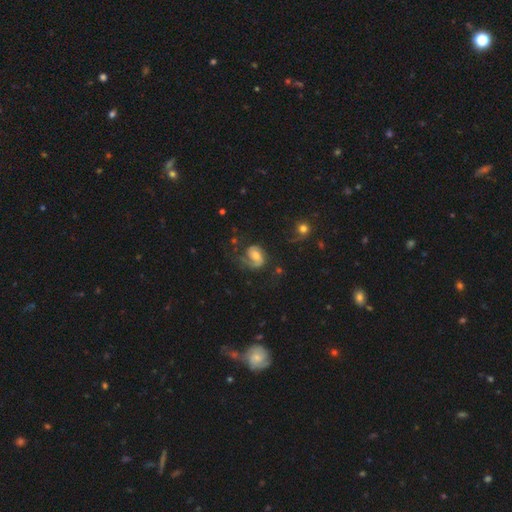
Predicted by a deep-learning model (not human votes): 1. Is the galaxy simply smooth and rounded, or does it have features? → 72% featured or disk, 20% smooth, 8% star or artifact.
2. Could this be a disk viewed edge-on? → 97% no, 3% yes.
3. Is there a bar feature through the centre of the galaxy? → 52% no, 37% weak, 12% strong.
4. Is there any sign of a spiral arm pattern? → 91% yes, 9% no.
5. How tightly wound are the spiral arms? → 44% medium, 29% loose, 27% tight.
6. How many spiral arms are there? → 56% 2, 31% 1, 8% can't tell, 2% 3, 1% 4, 1% more than 4.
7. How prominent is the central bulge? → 60% moderate, 27% small, 9% large, 3% none, 2% dominant.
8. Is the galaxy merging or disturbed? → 50% none, 25% major disturbance, 21% minor disturbance, 3% merger.